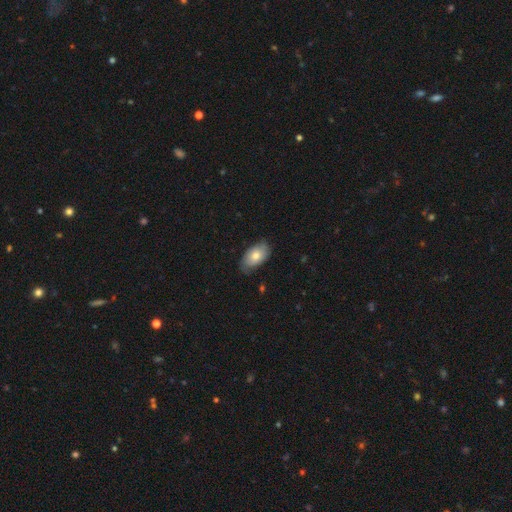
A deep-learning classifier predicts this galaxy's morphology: Smooth or featured? Predicted: smooth (p=0.72). How rounded? Predicted: in between (p=0.94). Merging? Predicted: none (p=0.73).